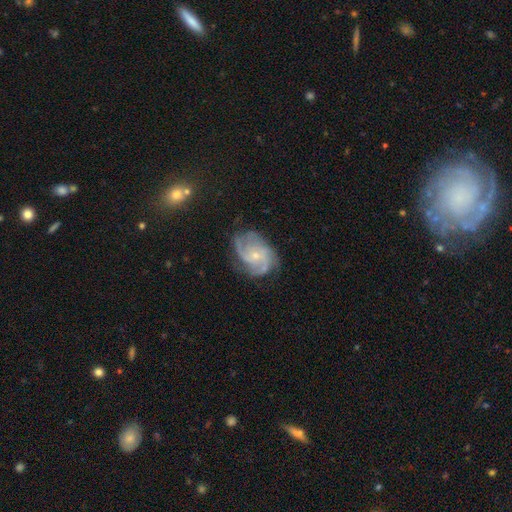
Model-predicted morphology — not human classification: A featured or disk galaxy (84%) with no bar (68%), 3 (38%) medium (50%) spiral arms (96%) and a small central bulge (72%).

Vote fractions:
- Smooth or featured? featured or disk: 84% / smooth: 10% / star or artifact: 7%
- Edge-on disk? no: 98% / yes: 2%
- Bar? no: 68% / weak: 27% / strong: 5%
- Spiral arms? yes: 96% / no: 4%
- Spiral winding? medium: 50% / tight: 30% / loose: 20%
- Spiral arm count? 3: 38% / 2: 27% / can't tell: 15% / 4: 9% / 1: 5% / more than 4: 5%
- Bulge size? small: 72% / moderate: 24% / none: 2% / large: 1% / dominant: 1%
- Merging? none: 65% / minor disturbance: 23% / major disturbance: 10% / merger: 2%